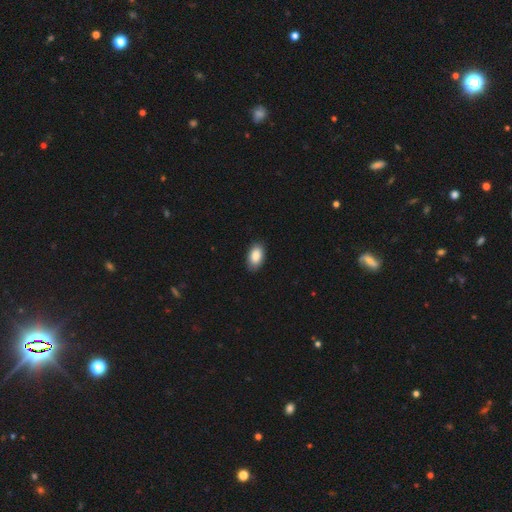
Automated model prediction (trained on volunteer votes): Overall: smooth (88%). How rounded: in between (94%). Merging: none (87%).